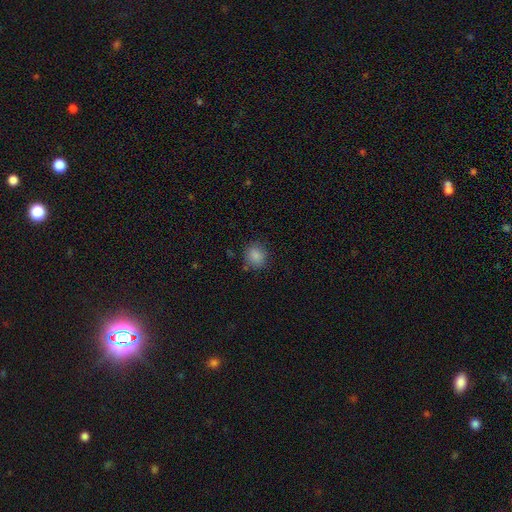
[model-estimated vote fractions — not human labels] This appears to be a smooth galaxy with no disk features (85%) that is round (80%). Merging: none (83%).